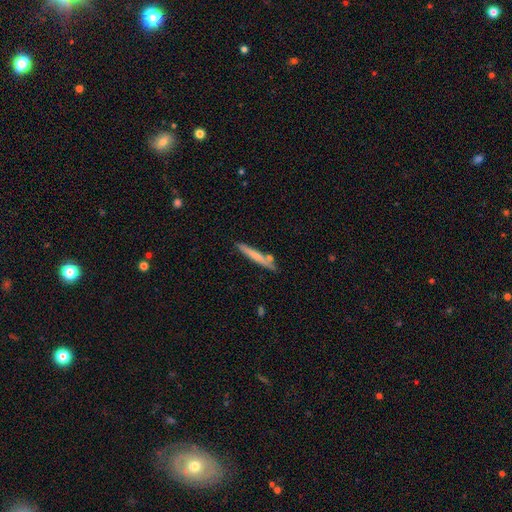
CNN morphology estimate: Overall: smooth (62%; featured or disk 33%). How rounded: cigar-shaped (95%). Merging: none (75%).